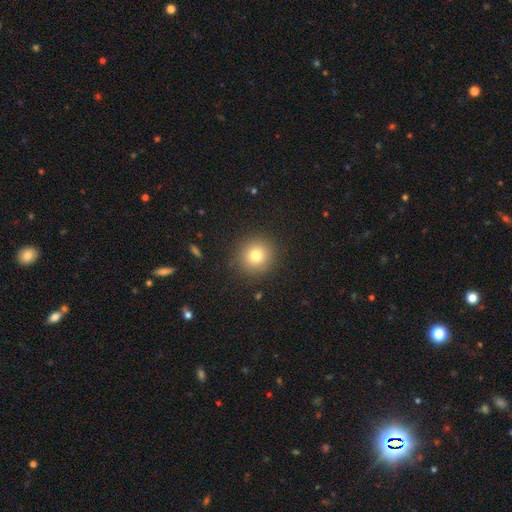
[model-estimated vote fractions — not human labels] Smooth or featured? Predicted: smooth (p=0.78). How rounded? Predicted: round (p=0.93). Merging? Predicted: none (p=0.90).